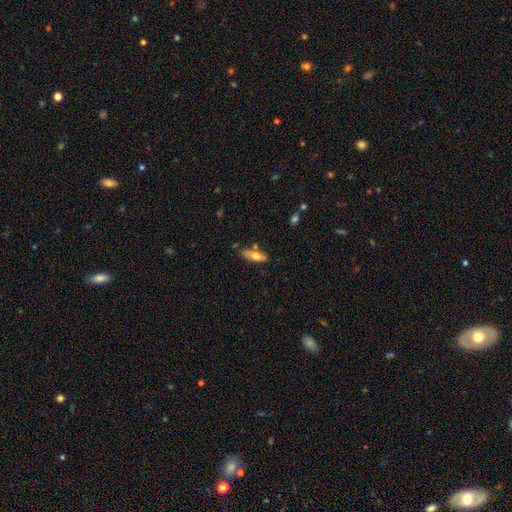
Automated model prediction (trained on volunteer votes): smooth-or-featured: smooth: 62% | featured or disk: 32% | star or artifact: 6%
  how-rounded: in between: 55% | cigar-shaped: 42% | round: 3%
  merging: none: 71% | minor disturbance: 17% | merger: 9% | major disturbance: 4%